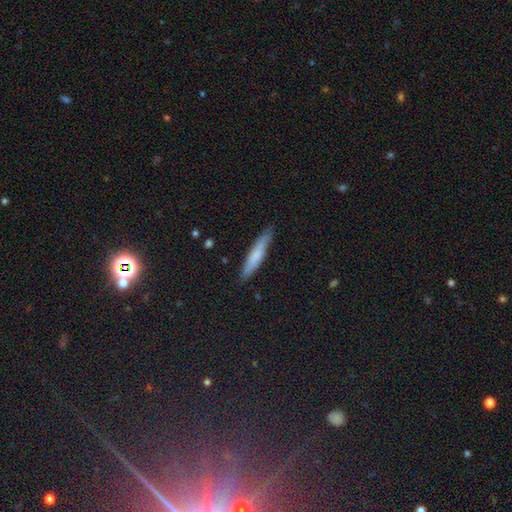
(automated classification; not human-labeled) smooth_or_featured: smooth (p=0.66) [alt: featured or disk p=0.26]
how_rounded: cigar-shaped (p=0.91) [alt: in between p=0.08]
merging: none (p=0.86) [alt: minor disturbance p=0.11]